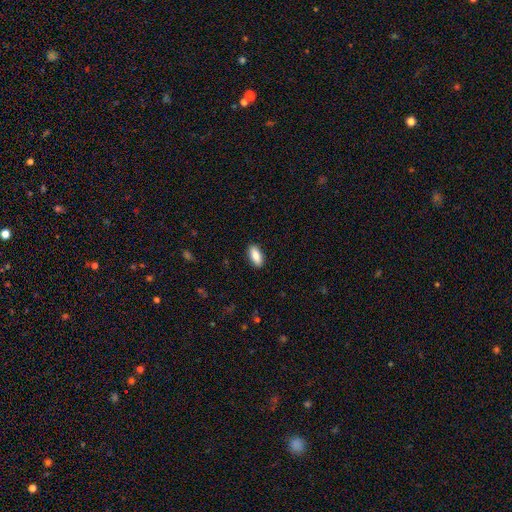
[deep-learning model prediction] Smooth or featured: smooth — 87% (featured or disk — 7%)
How rounded: in between — 86% (cigar-shaped — 12%)
Merging: none — 90% (minor disturbance — 7%)